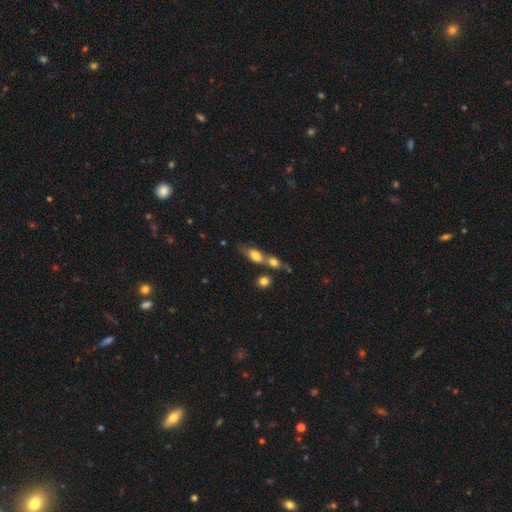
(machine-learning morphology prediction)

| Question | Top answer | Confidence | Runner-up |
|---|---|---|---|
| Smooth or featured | smooth | 71% | featured or disk (20%) |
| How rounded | in between | 69% | cigar-shaped (18%) |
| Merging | merger | 52% | none (31%) |